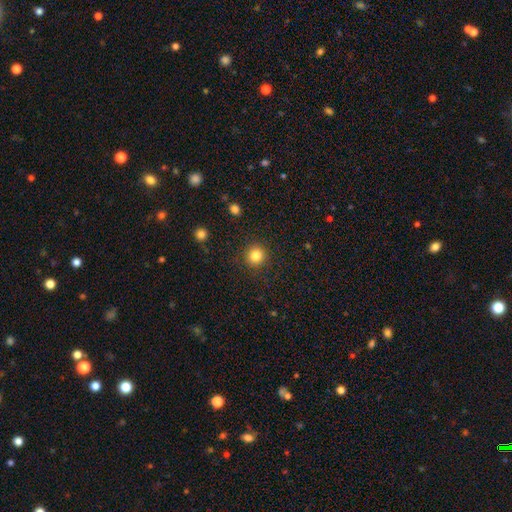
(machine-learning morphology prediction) smooth-or-featured: smooth: 83% | star or artifact: 12% | featured or disk: 5%
  how-rounded: round: 93% | in between: 6% | cigar-shaped: 1%
  merging: none: 90% | minor disturbance: 6% | major disturbance: 2% | merger: 1%